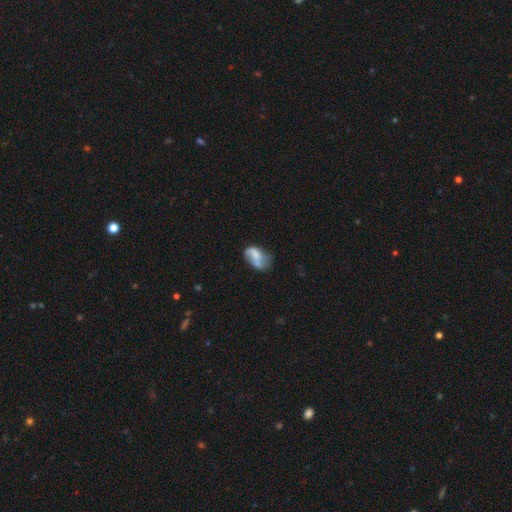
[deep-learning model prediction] Morphology: type=featured or disk (48%); merging=none (33%).